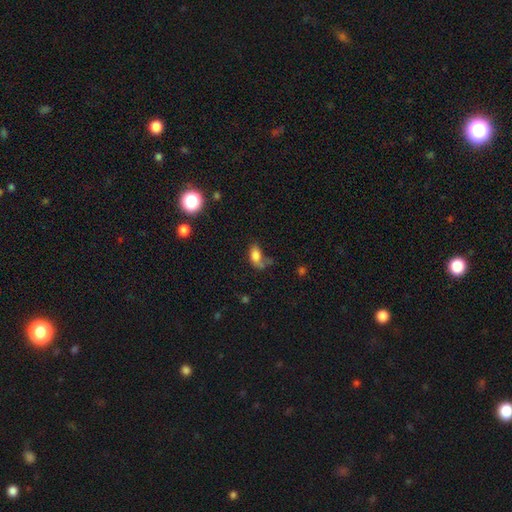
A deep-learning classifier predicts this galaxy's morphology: Smooth or featured? Predicted: smooth (p=0.79). How rounded? Predicted: in between (p=0.89). Merging? Predicted: none (p=0.43).